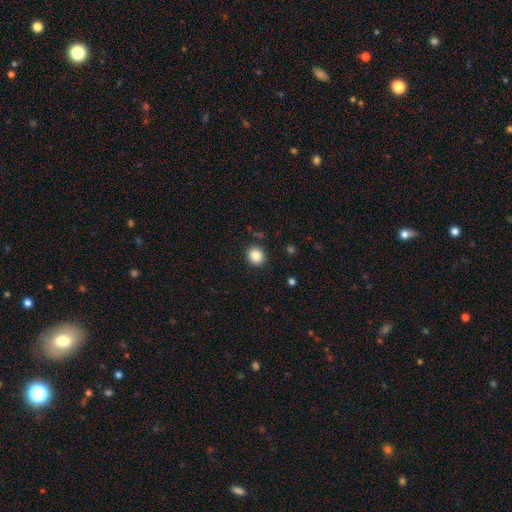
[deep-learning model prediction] Smooth or featured? smooth (86%)
How rounded? round (80%)
Merging? none (89%)